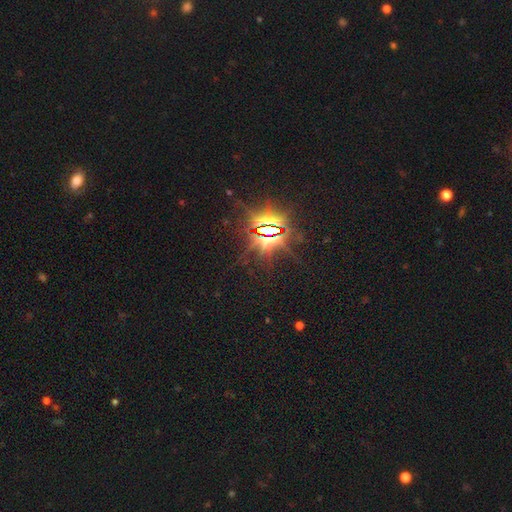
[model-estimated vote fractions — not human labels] The model was most divided on "smooth or featured": star or artifact: 85%, smooth: 10%, featured or disk: 5%.